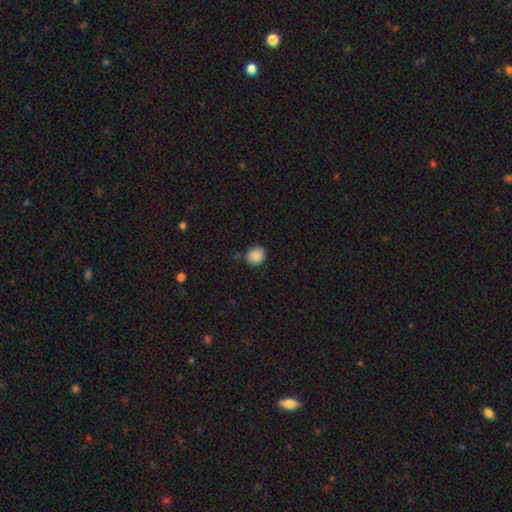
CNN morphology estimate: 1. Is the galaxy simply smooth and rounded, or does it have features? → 88% smooth, 8% star or artifact, 4% featured or disk.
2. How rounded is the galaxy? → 85% round, 15% in between, 1% cigar-shaped.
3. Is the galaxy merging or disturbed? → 80% none, 14% minor disturbance, 3% major disturbance, 2% merger.